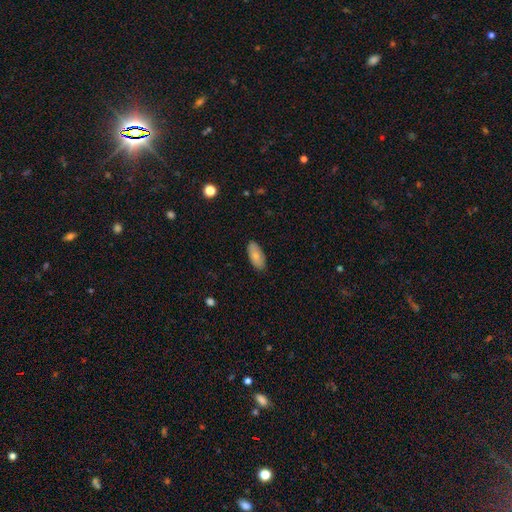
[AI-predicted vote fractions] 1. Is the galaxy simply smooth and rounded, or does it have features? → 80% smooth, 14% featured or disk, 6% star or artifact.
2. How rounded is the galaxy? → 91% in between, 7% cigar-shaped, 2% round.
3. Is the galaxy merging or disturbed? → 86% none, 11% minor disturbance, 2% major disturbance, 1% merger.